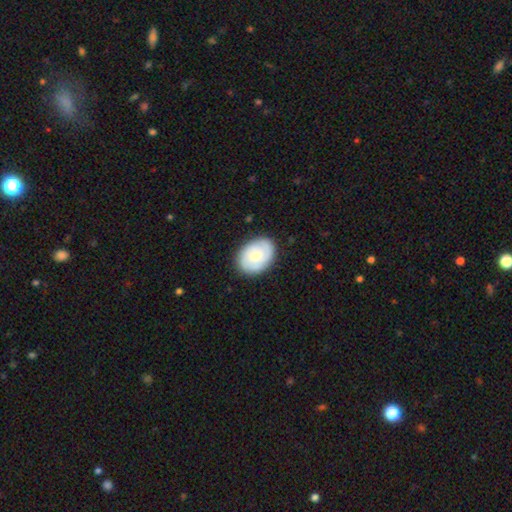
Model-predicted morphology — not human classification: A smooth galaxy with no disk features (53%) that is in between round and cigar-shaped (69%).

Vote fractions:
- Smooth or featured? smooth: 53% / featured or disk: 41% / star or artifact: 6%
- How rounded? in between: 69% / round: 30% / cigar-shaped: 1%
- Merging? none: 84% / minor disturbance: 12% / major disturbance: 3% / merger: 1%